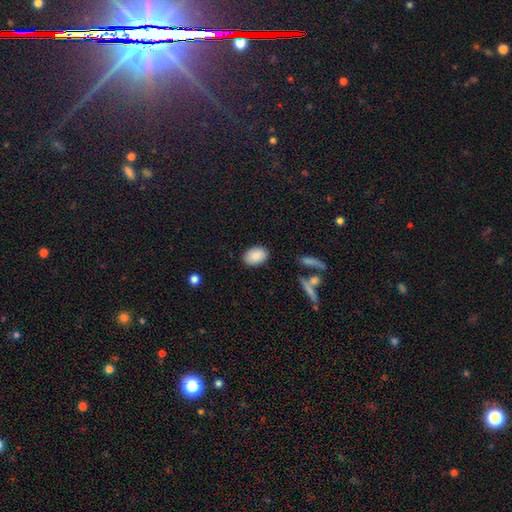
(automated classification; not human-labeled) smooth 88%, star or artifact 7%, featured or disk 5%. Down the decision tree: how rounded — in between (84%); merging — none (85%).